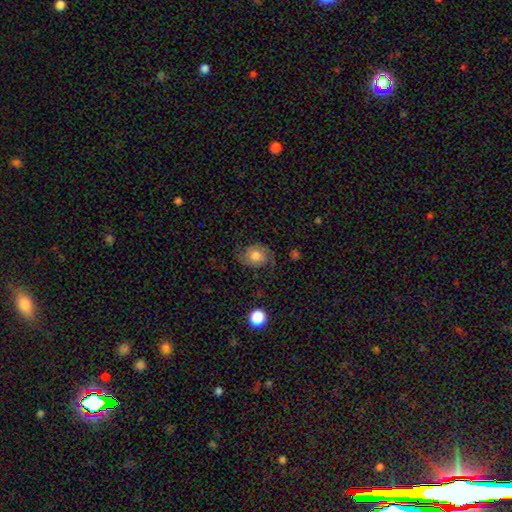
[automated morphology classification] This appears to be a smooth galaxy with no disk features (56%) that is round (57%). Merging: none (65%).